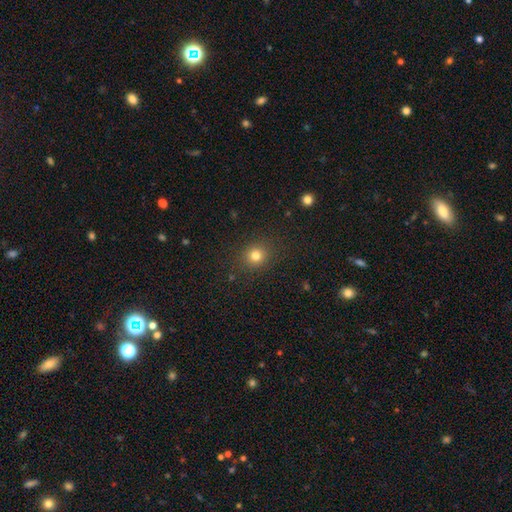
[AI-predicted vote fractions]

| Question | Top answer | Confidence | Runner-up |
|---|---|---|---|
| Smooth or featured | smooth | 79% | star or artifact (15%) |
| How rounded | round | 84% | in between (15%) |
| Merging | none | 88% | minor disturbance (8%) |